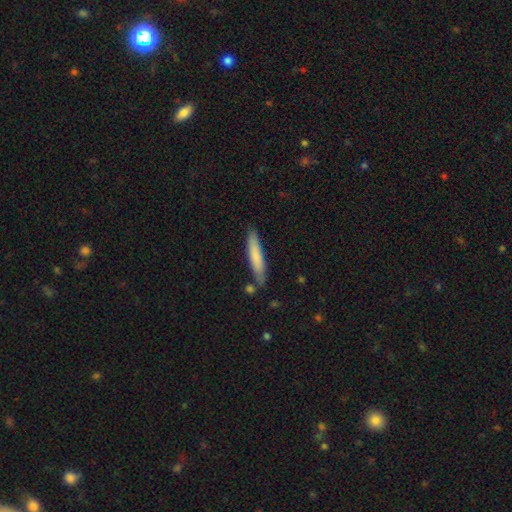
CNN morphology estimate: The model was most divided on "smooth or featured": smooth: 77%, featured or disk: 17%, star or artifact: 6%. More confident: how rounded — cigar-shaped (90%); merging — none (80%).